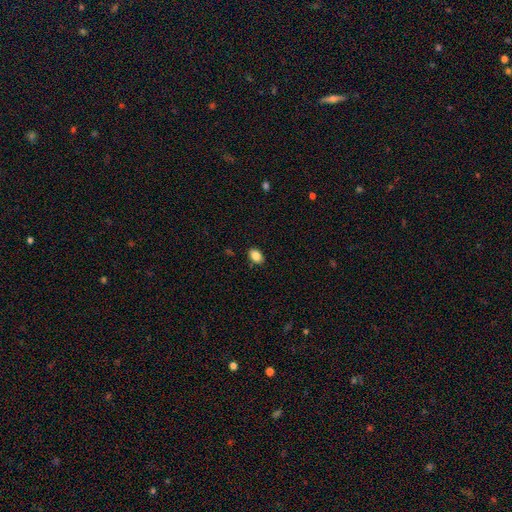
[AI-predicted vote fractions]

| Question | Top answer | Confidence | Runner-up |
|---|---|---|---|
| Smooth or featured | smooth | 86% | star or artifact (8%) |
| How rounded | in between | 82% | round (16%) |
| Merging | none | 87% | minor disturbance (9%) |